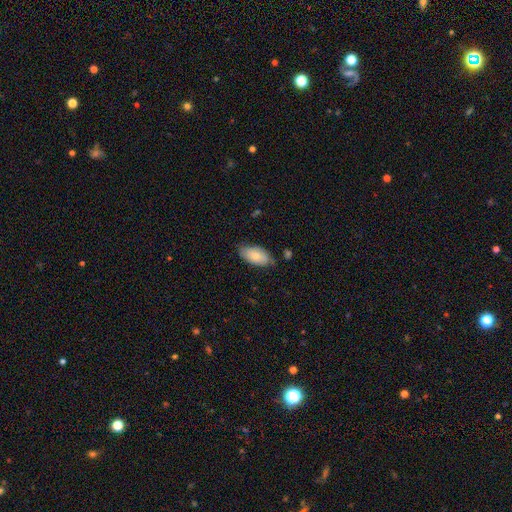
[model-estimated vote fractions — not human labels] smooth-or-featured: smooth: 78% | featured or disk: 16% | star or artifact: 6%
  how-rounded: in between: 94% | cigar-shaped: 3% | round: 3%
  merging: none: 69% | minor disturbance: 24% | major disturbance: 4% | merger: 2%